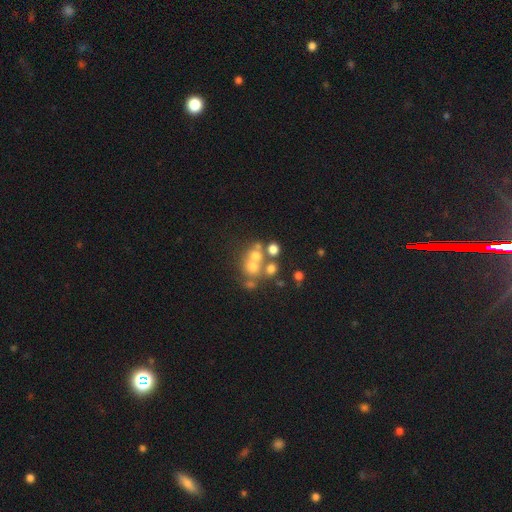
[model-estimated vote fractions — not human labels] A smooth galaxy with no disk features (53%) that is round (78%).

Vote fractions:
- Smooth or featured? smooth: 53% / featured or disk: 26% / star or artifact: 20%
- How rounded? round: 78% / in between: 20% / cigar-shaped: 1%
- Merging? none: 42% (tied) / merger: 42% (tied) / minor disturbance: 9% / major disturbance: 7%